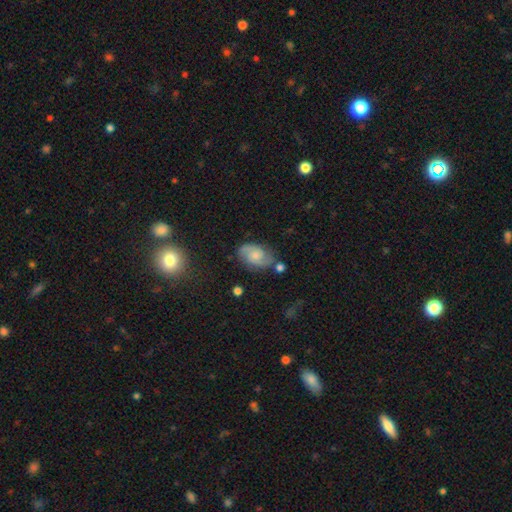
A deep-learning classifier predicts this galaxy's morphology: Smooth or featured? Predicted: featured or disk (p=0.66). Edge-on disk? Predicted: no (p=0.97). Bar? Predicted: no (p=0.62). Spiral arms? Predicted: yes (p=0.92). Spiral winding? Predicted: medium (p=0.49). Spiral arm count? Predicted: 2 (p=0.86). Bulge size? Predicted: small (p=0.44). Merging? Predicted: none (p=0.70).